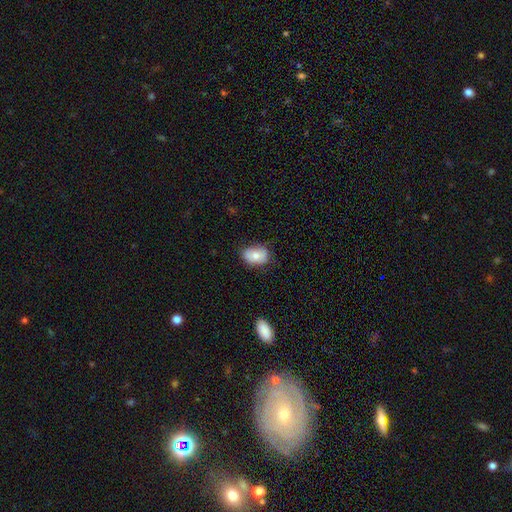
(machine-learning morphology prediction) Overall: smooth (74%). How rounded: in between (77%). Merging: none (67%).